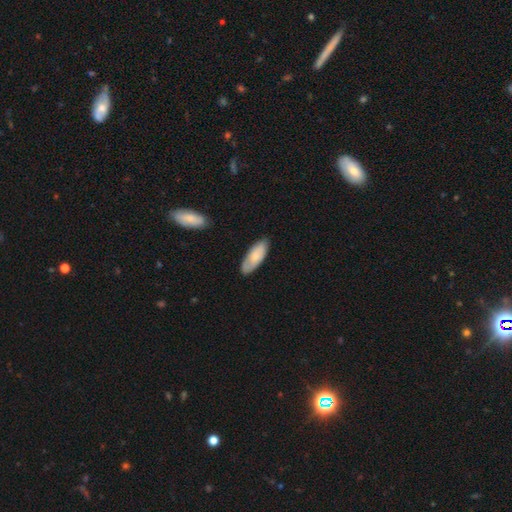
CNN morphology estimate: Smooth or featured? Predicted: smooth (p=0.69). How rounded? Predicted: in between (p=0.80). Merging? Predicted: none (p=0.79).